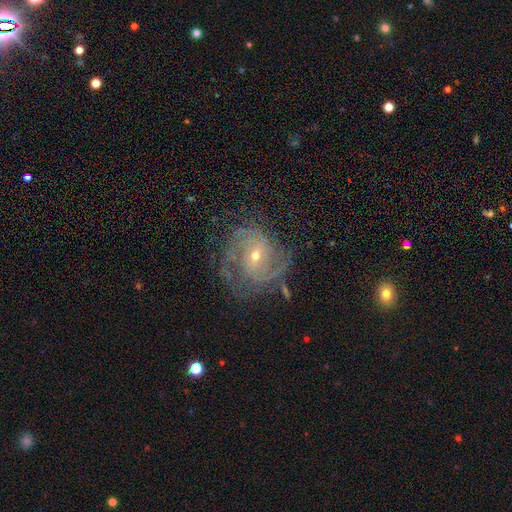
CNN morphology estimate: This is clearly a featured or disk galaxy (88%). It is clearly not viewed edge-on (97%). Bar: marginally weak (45%). Spiral arm pattern: clearly yes (96%). Spiral arm count: marginally 2 (32%). Spiral winding: possibly tight (54%). Central bulge: possibly small (60%). Merging: likely none (67%).